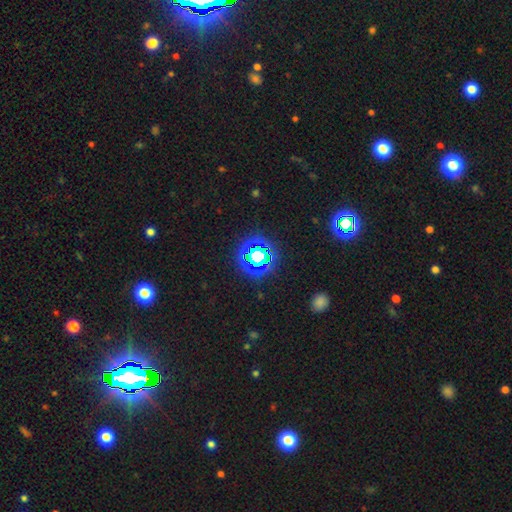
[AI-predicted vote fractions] This is likely a star or artifact rather than a galaxy (79%).